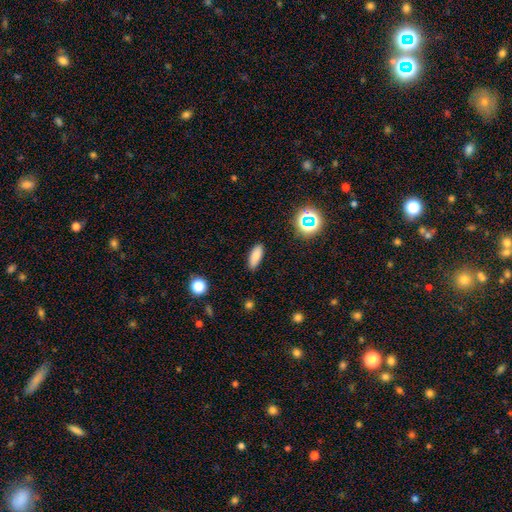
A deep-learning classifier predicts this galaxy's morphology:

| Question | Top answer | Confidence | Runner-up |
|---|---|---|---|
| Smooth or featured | smooth | 82% | star or artifact (11%) |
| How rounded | in between | 69% | cigar-shaped (27%) |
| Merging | none | 87% | minor disturbance (9%) |